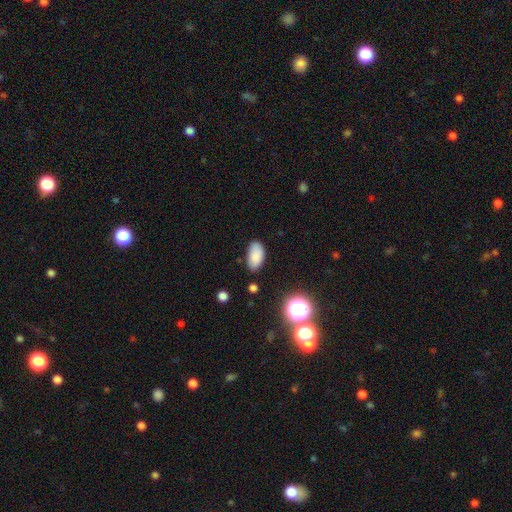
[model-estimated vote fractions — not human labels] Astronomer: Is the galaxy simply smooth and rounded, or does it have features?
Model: smooth — 85%.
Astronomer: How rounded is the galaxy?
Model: in between — 94%.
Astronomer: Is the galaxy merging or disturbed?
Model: none — 79%.